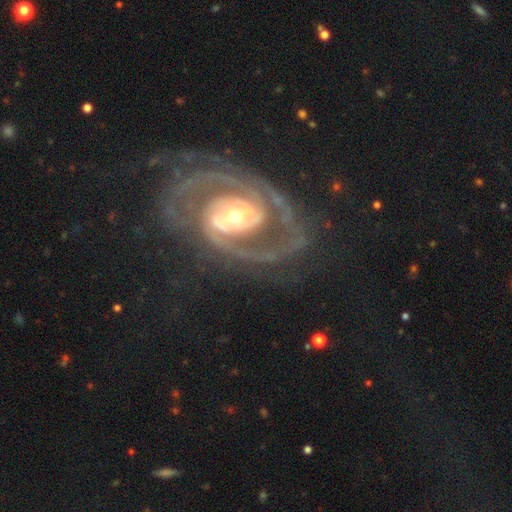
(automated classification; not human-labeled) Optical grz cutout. It shows a featured or disk galaxy (90%) with no bar (50%), 2 (66%) tight (52%) spiral arms (95%) and a moderate central bulge (50%). Merging: none (65%).